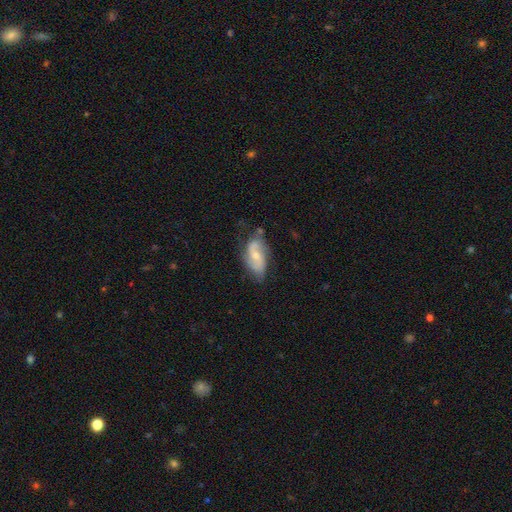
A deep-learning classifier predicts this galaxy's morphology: Smooth or featured: featured or disk — 70% (smooth — 23%)
Edge-on disk: no — 95% (yes — 5%)
Bar: no — 51% (weak — 40%)
Spiral arms: yes — 91% (no — 9%)
Spiral winding: medium — 42% (loose — 39%)
Spiral arm count: 2 — 80% (can't tell — 11%)
Bulge size: small — 50% (moderate — 44%)
Merging: none — 60% (minor disturbance — 27%)